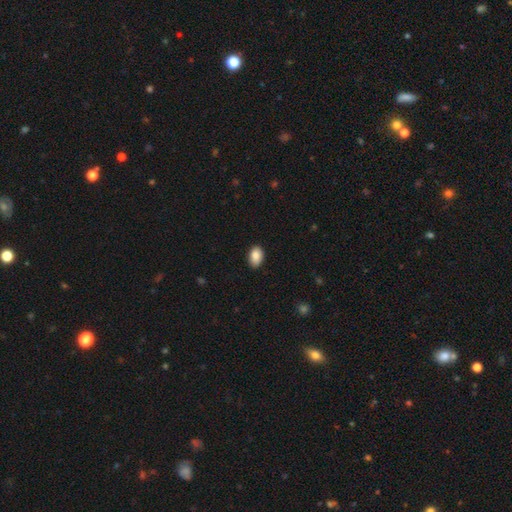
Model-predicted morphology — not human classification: Smooth or featured?
  - smooth: 88% *
  - star or artifact: 7%
  - featured or disk: 4%
How rounded?
  - in between: 90% *
  - round: 8%
  - cigar-shaped: 1%
Merging?
  - none: 87% *
  - minor disturbance: 10%
  - major disturbance: 2%
  - merger: 1%